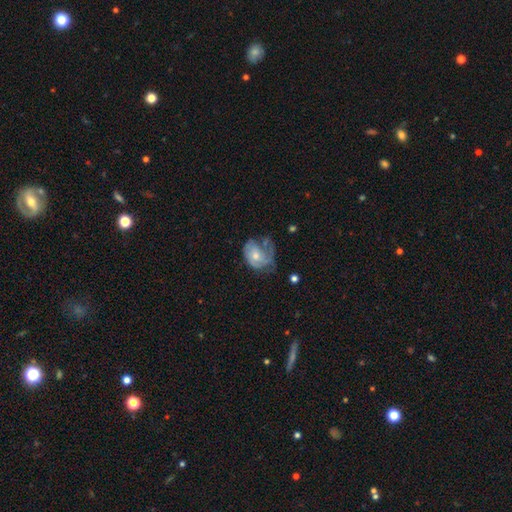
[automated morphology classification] A featured or disk galaxy (56%) with no bar (78%), spiral arms (66%) and a moderate central bulge (48%).

Vote fractions:
- Smooth or featured? featured or disk: 56% / smooth: 37% / star or artifact: 7%
- Edge-on disk? no: 97% / yes: 3%
- Bar? no: 78% / weak: 19% / strong: 3%
- Spiral arms? yes: 66% / no: 34%
- Bulge size? moderate: 48% / small: 45% / large: 3% / none: 3% / dominant: 1%
- Merging? major disturbance: 36% / minor disturbance: 30% / none: 29% / merger: 5%